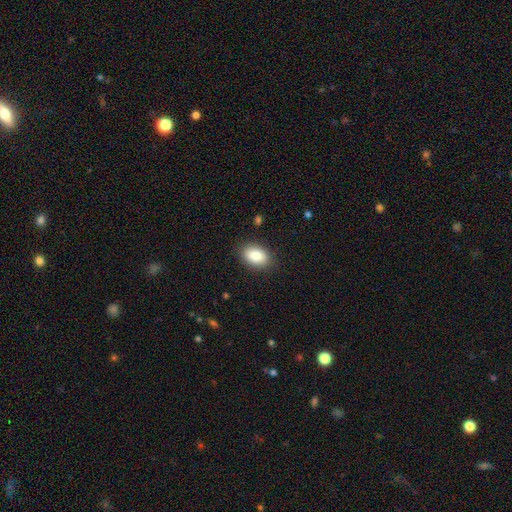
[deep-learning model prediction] A smooth galaxy with no disk features (83%) that is in between round and cigar-shaped (83%).

Vote fractions:
- Smooth or featured? smooth: 83% / featured or disk: 9% / star or artifact: 8%
- How rounded? in between: 83% / round: 16% / cigar-shaped: 1%
- Merging? none: 87% / minor disturbance: 10% / major disturbance: 3% / merger: 1%